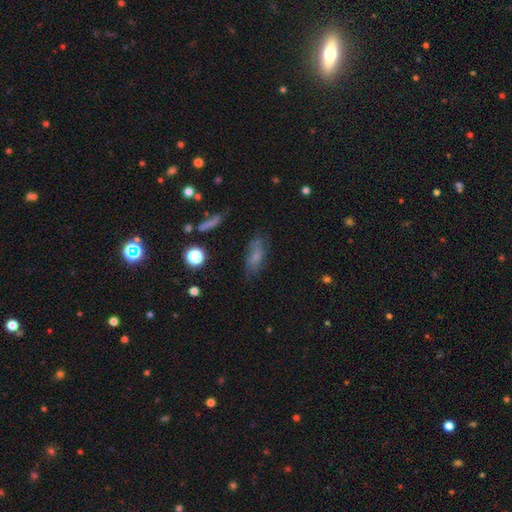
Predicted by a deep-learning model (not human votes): Smooth or featured: smooth — 61% (featured or disk — 24%)
How rounded: in between — 72% (cigar-shaped — 22%)
Merging: none — 63% (minor disturbance — 23%)